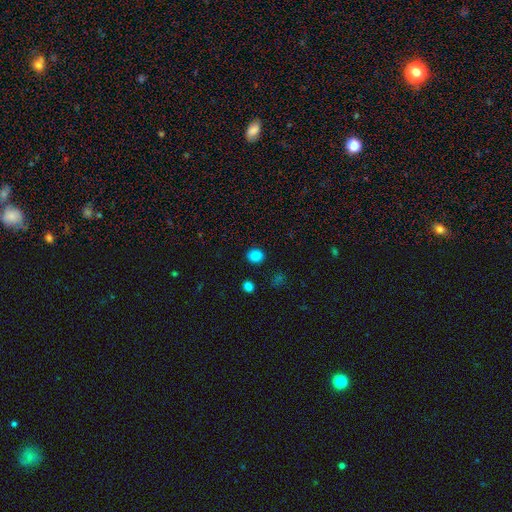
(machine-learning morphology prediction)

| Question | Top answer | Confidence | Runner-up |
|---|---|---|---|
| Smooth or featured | smooth | 85% | star or artifact (12%) |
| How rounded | round | 71% | in between (28%) |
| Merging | none | 88% | minor disturbance (7%) |